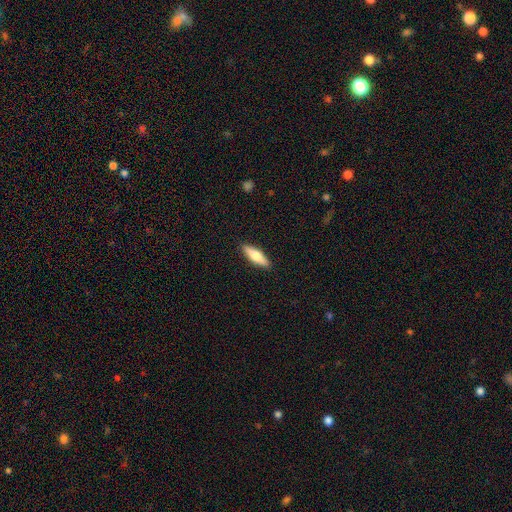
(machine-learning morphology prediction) This appears to be a smooth galaxy with no disk features (67%) that is cigar-shaped (58%). Merging: none (90%).